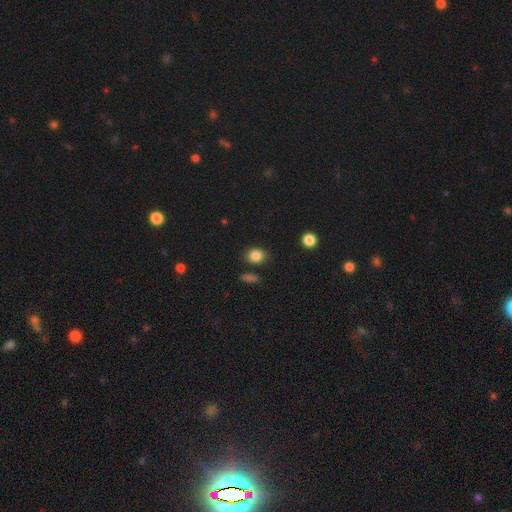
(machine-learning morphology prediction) smooth-or-featured: smooth: 85% | star or artifact: 10% | featured or disk: 5%
  how-rounded: round: 65% | in between: 34% | cigar-shaped: 1%
  merging: none: 78% | minor disturbance: 14% | merger: 4% | major disturbance: 4%